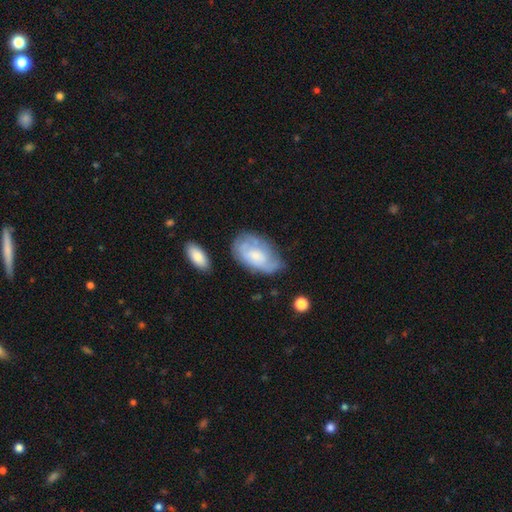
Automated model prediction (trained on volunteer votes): Smooth or featured?
  - featured or disk: 51% *
  - smooth: 42%
  - star or artifact: 7%
Edge-on disk?
  - no: 94% *
  - yes: 6%
Merging?
  - none: 57% *
  - minor disturbance: 28%
  - major disturbance: 11%
  - merger: 4%